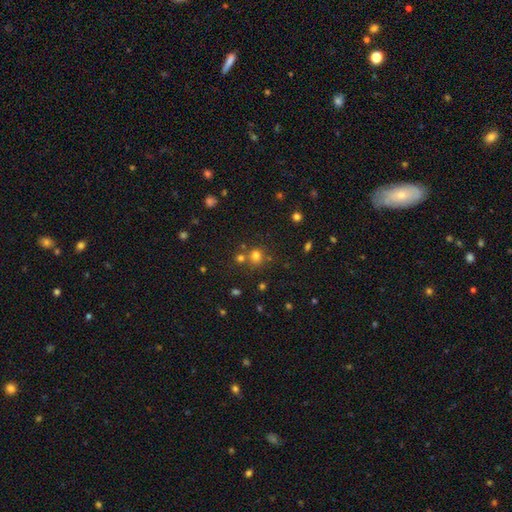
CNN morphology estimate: smooth_or_featured: smooth (p=0.72) [alt: star or artifact p=0.21]
how_rounded: round (p=0.84) [alt: in between p=0.15]
merging: none (p=0.65) [alt: merger p=0.22]